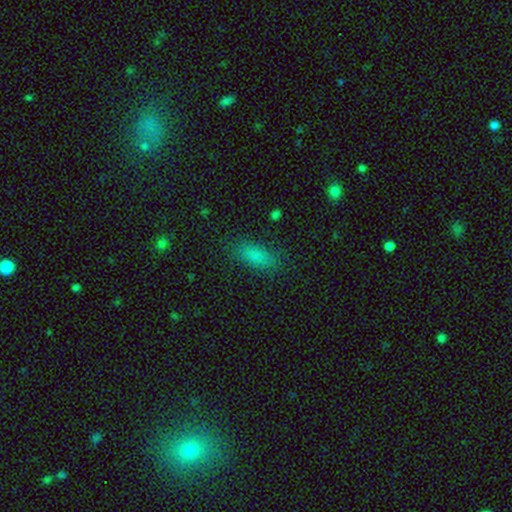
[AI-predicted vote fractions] smooth_or_featured: smooth (p=0.84) [alt: star or artifact p=0.11]
how_rounded: in between (p=0.79) [alt: cigar-shaped p=0.18]
merging: none (p=0.83) [alt: minor disturbance p=0.12]